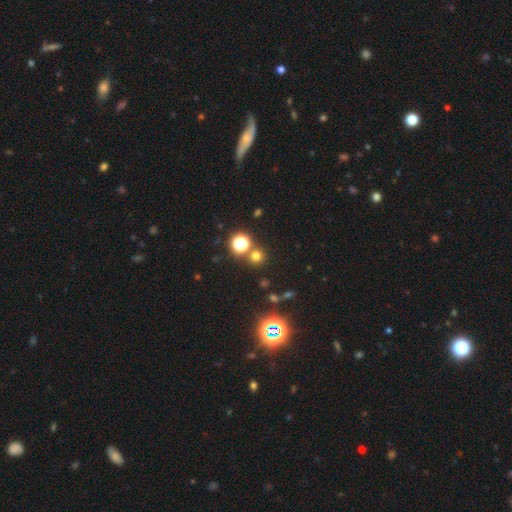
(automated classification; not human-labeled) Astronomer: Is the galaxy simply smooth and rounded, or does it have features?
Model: smooth — 64%.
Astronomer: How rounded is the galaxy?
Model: round — 92%.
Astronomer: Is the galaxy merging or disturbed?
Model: none — 78%.